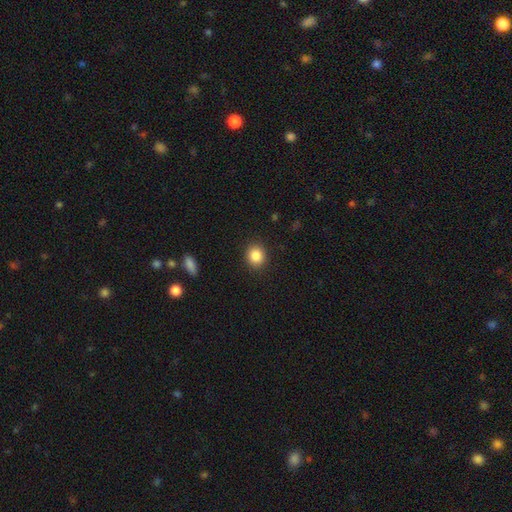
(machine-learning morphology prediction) Smooth or featured? Predicted: smooth (p=0.86). How rounded? Predicted: round (p=0.79). Merging? Predicted: none (p=0.90).